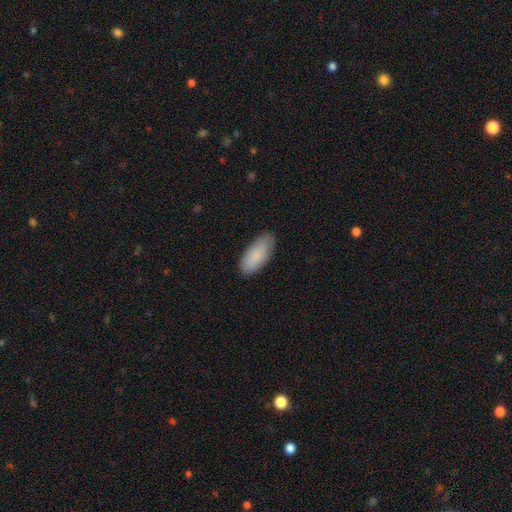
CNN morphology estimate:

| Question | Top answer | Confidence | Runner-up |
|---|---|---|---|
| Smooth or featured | smooth | 86% | featured or disk (9%) |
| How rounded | in between | 88% | cigar-shaped (10%) |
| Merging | none | 82% | minor disturbance (14%) |